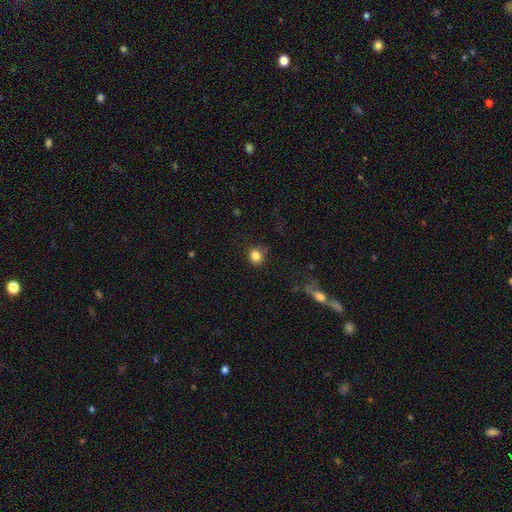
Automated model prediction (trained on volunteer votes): A smooth galaxy with no disk features (83%) that is round (77%). Merging: none (78%).